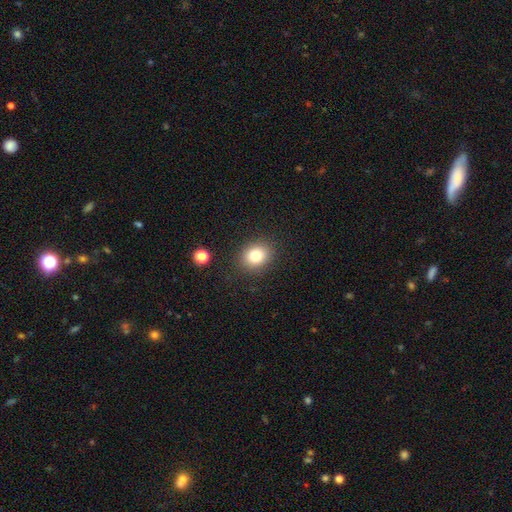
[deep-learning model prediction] Morphology: type=smooth (81%); roundness=round (57%); merging=none (87%).